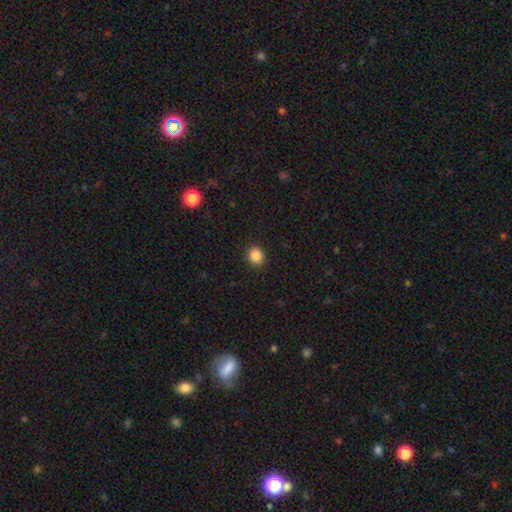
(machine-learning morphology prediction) This appears to be a smooth galaxy with no disk features (87%) that is round (81%). Merging: none (91%).